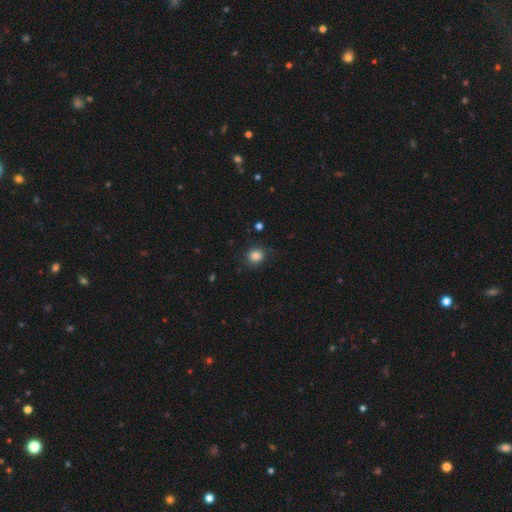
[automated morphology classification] Q: Smooth or featured?
A: smooth (84%); runner-up: star or artifact (10%)
Q: How rounded?
A: round (78%); runner-up: in between (21%)
Q: Merging?
A: none (77%); runner-up: minor disturbance (17%)